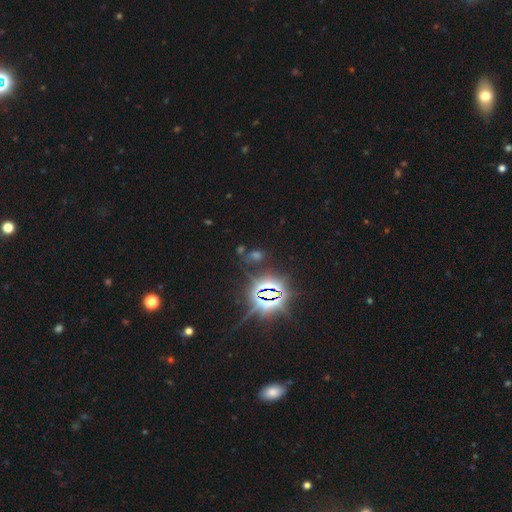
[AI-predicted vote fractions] This is likely a star or artifact rather than a galaxy (72%).